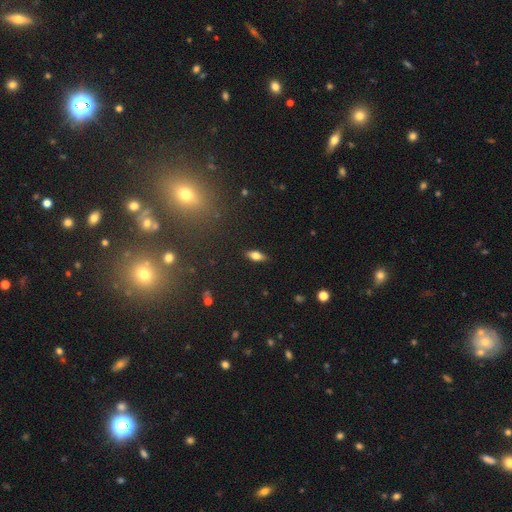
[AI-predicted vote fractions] This appears to be a smooth galaxy with no disk features (66%) that is in between round and cigar-shaped (78%). Merging: none (87%).